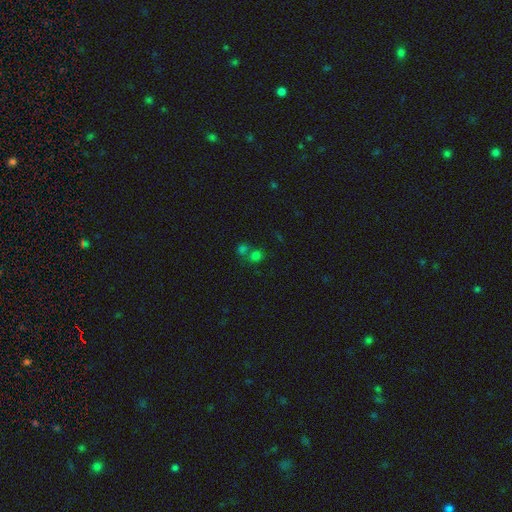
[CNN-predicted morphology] Smooth or featured? smooth (66%)
How rounded? round (80%)
Merging? none (50%)